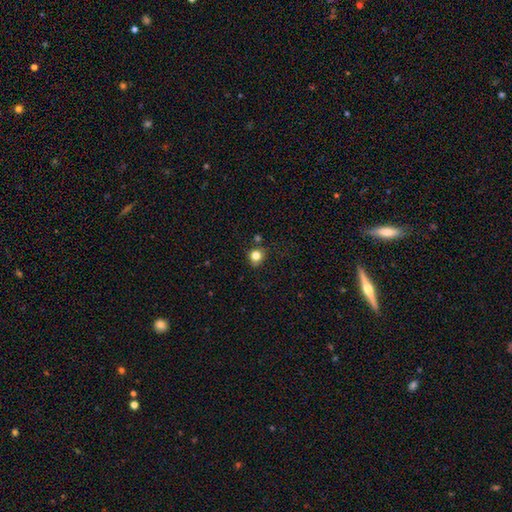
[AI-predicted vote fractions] Morphology: type=smooth (82%); roundness=round (83%); merging=none (76%).